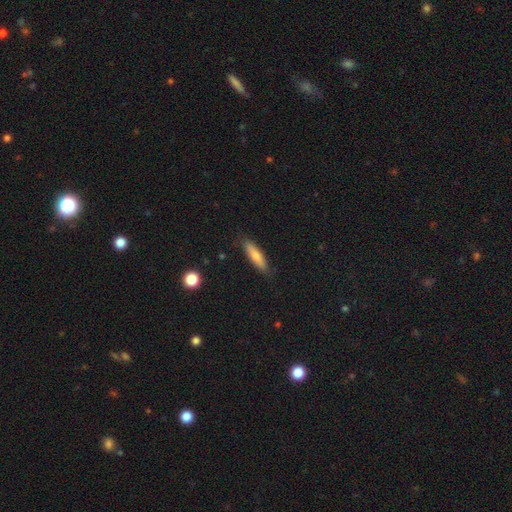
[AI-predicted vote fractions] A smooth galaxy with no disk features (74%) that is cigar-shaped (74%). Merging: none (84%).